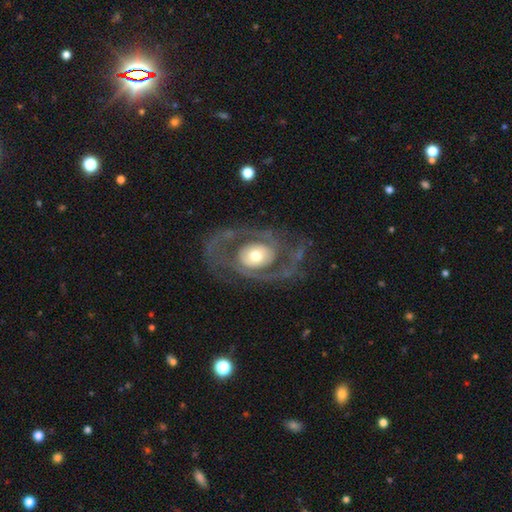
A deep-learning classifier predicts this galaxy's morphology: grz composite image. It shows a featured or disk galaxy (79%) with no bar (71%), 2 (75%) medium (44%) spiral arms (70%) and a moderate central bulge (59%). Merging: none (65%).